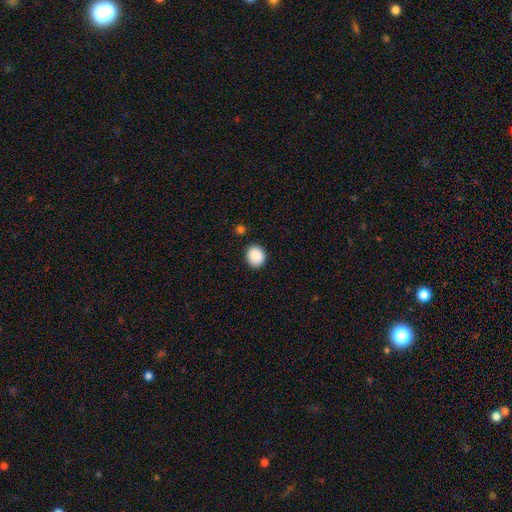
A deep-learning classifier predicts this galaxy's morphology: This is clearly a smooth galaxy (89%). How rounded: likely round (74%). Merging: clearly none (88%).